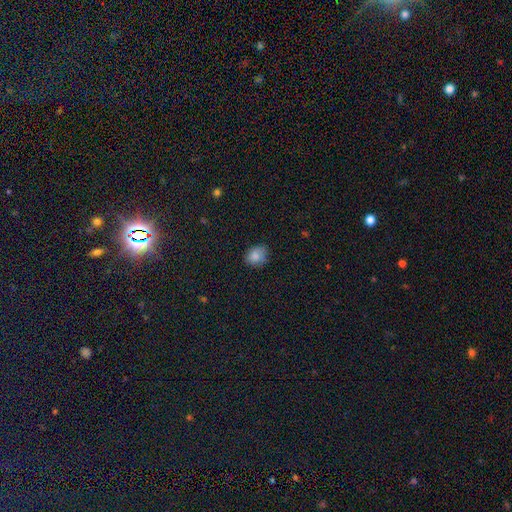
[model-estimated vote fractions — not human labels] smooth-or-featured: smooth: 83% | star or artifact: 10% | featured or disk: 7%
  how-rounded: in between: 56% | round: 43% | cigar-shaped: 1%
  merging: none: 69% | minor disturbance: 25% | major disturbance: 5% | merger: 1%